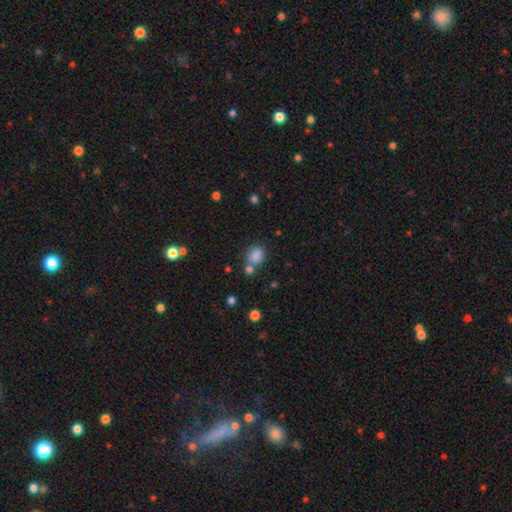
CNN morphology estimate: This appears to be a smooth galaxy with no disk features (84%) that is round (65%). Merging: none (61%).